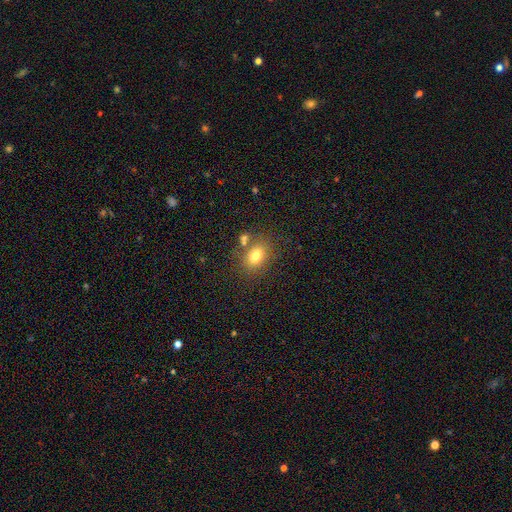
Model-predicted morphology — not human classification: Overall: smooth (77%). How rounded: in between (64%; round 35%). Merging: none (70%).